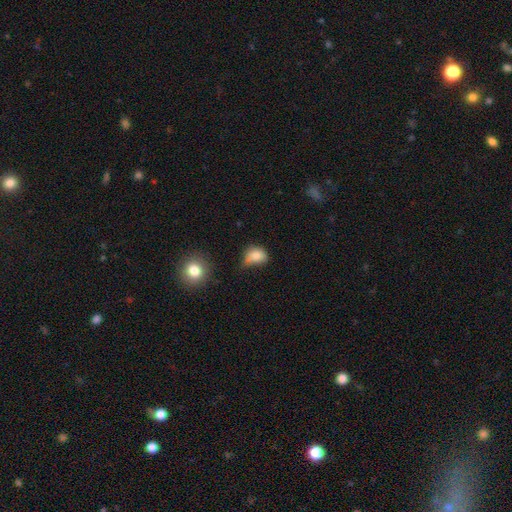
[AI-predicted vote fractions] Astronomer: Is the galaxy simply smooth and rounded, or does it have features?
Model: smooth — 78%.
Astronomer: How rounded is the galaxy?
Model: in between — 54% (runner-up: round, 45%).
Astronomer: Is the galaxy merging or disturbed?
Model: minor disturbance — 40% (runner-up: none, 29%).